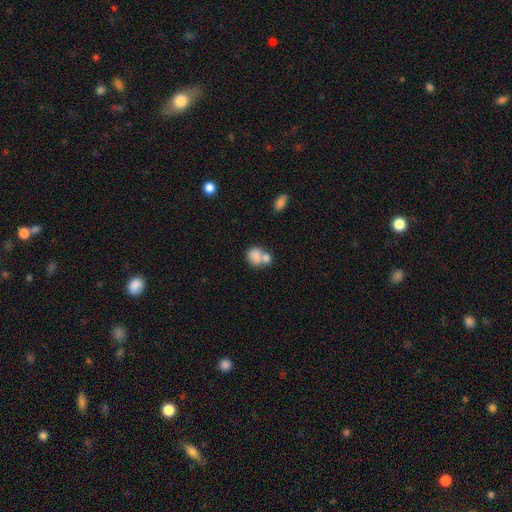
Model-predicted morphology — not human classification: smooth 78%, featured or disk 13%, star or artifact 9%. Down the decision tree: how rounded — round (56%); merging — merger (54%).